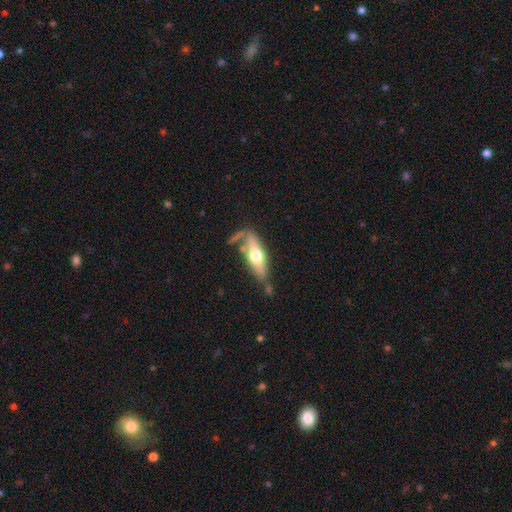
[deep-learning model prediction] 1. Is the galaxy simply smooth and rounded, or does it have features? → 48% smooth, 47% featured or disk, 5% star or artifact.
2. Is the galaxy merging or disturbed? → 57% none, 21% minor disturbance, 13% merger, 9% major disturbance.